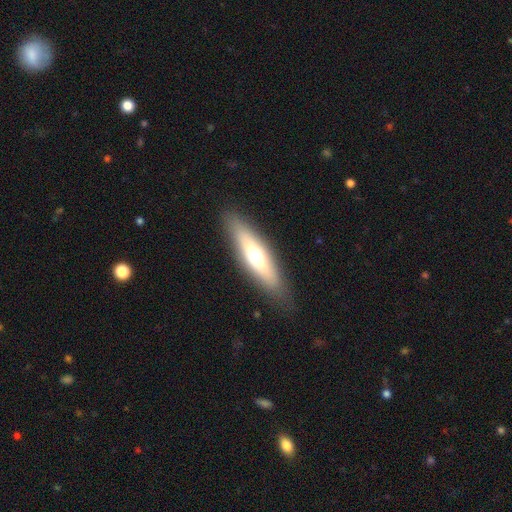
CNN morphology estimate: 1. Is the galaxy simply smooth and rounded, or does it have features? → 54% smooth, 40% featured or disk, 6% star or artifact.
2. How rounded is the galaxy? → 64% cigar-shaped, 34% in between, 2% round.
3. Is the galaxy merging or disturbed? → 85% none, 11% minor disturbance, 3% major disturbance, 1% merger.